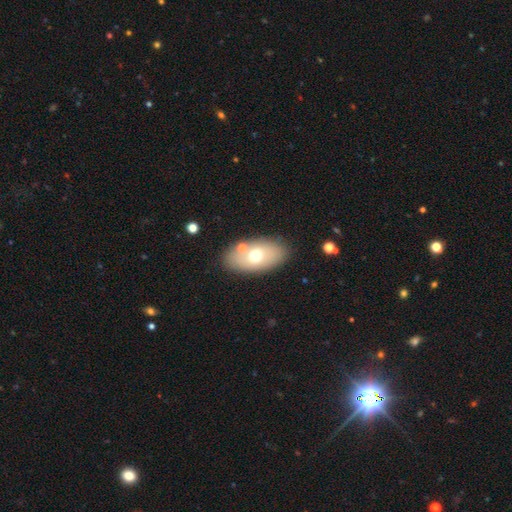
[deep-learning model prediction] Smooth or featured? smooth (64%)
How rounded? in between (91%)
Merging? none (78%)